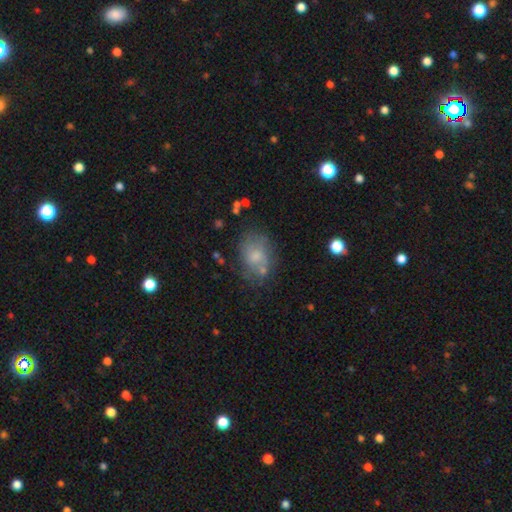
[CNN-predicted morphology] type=smooth (59%); roundness=in between (70%); merging=none (56%).